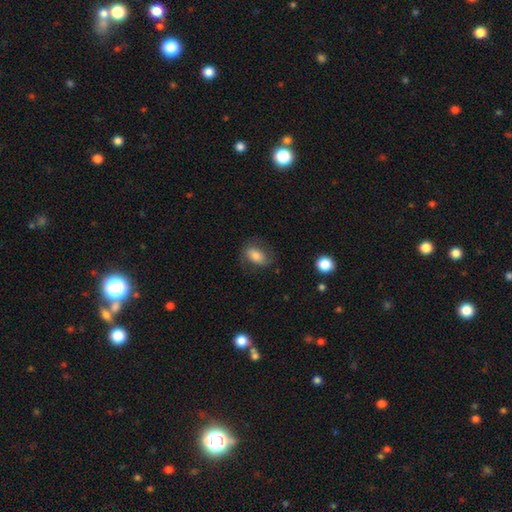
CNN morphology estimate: A smooth galaxy with no disk features (64%) that is in between round and cigar-shaped (84%).

Vote fractions:
- Smooth or featured? smooth: 64% / featured or disk: 28% / star or artifact: 8%
- How rounded? in between: 84% / round: 14% / cigar-shaped: 2%
- Merging? none: 66% / minor disturbance: 21% / major disturbance: 12% / merger: 1%